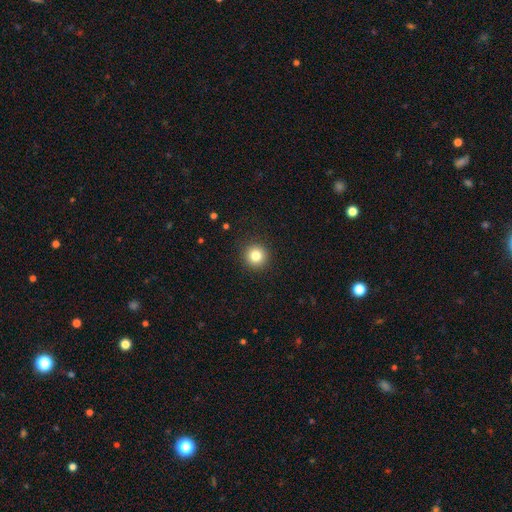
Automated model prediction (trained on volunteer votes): smooth_or_featured: smooth (p=0.82) [alt: star or artifact p=0.11]
how_rounded: round (p=0.95) [alt: in between p=0.04]
merging: none (p=0.92) [alt: minor disturbance p=0.05]